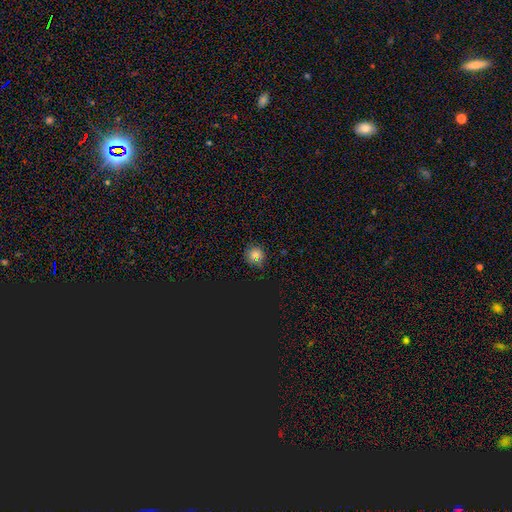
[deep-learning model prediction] A smooth galaxy with no disk features (66%) that is round (92%).

Vote fractions:
- Smooth or featured? smooth: 66% / star or artifact: 26% / featured or disk: 8%
- How rounded? round: 92% / in between: 7% / cigar-shaped: 1%
- Merging? none: 85% / minor disturbance: 10% / major disturbance: 3% / merger: 3%